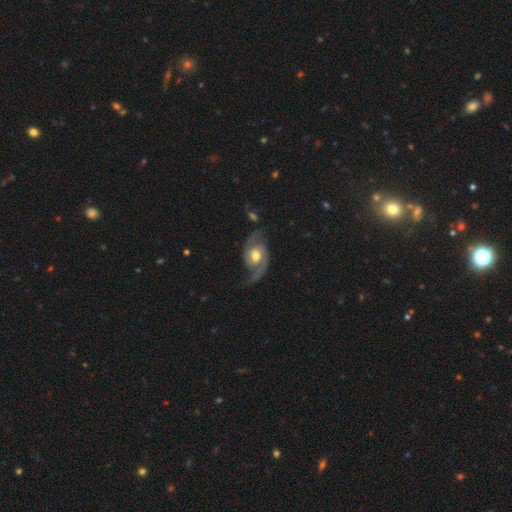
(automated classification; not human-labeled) A featured or disk galaxy (88%) with no bar (61%), 2 (90%) medium (47%) spiral arms (96%) and a moderate central bulge (75%). Merging: none (66%).